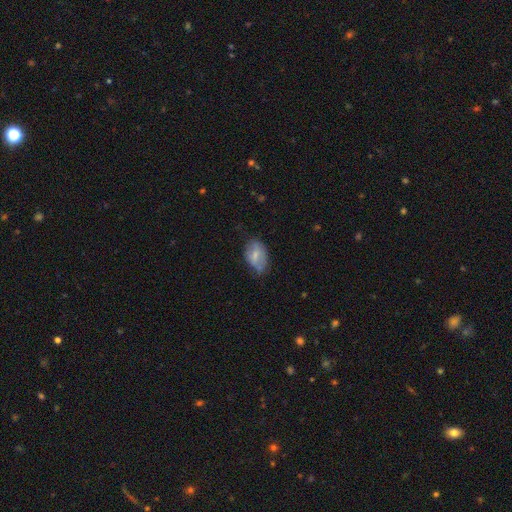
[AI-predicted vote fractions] Smooth or featured? smooth (66%)
How rounded? in between (90%)
Merging? none (58%)